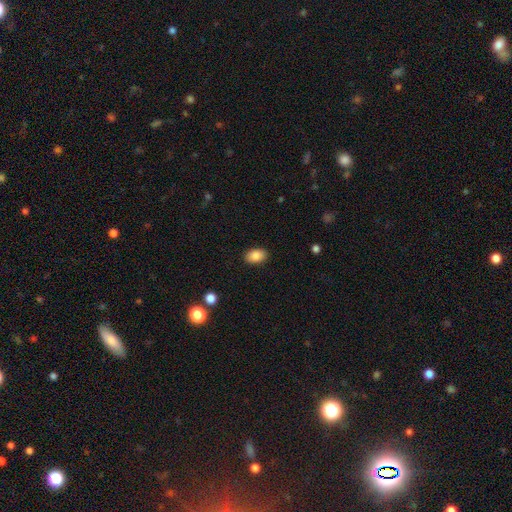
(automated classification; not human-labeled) smooth-or-featured: smooth: 88% | star or artifact: 8% | featured or disk: 5%
  how-rounded: in between: 88% | round: 11% | cigar-shaped: 1%
  merging: none: 89% | minor disturbance: 8% | major disturbance: 2% | merger: 1%